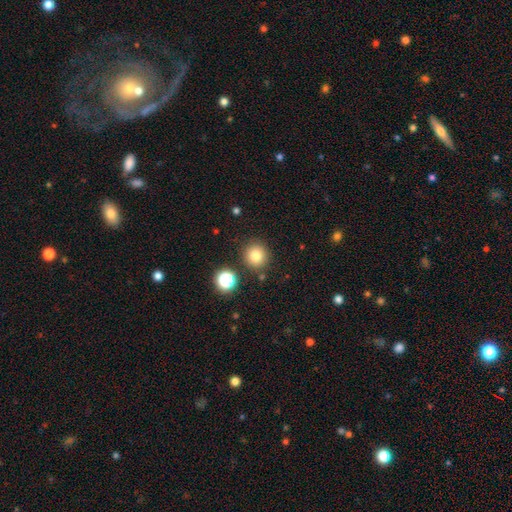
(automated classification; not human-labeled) Smooth or featured: smooth — 80% (star or artifact — 13%)
How rounded: round — 93% (in between — 6%)
Merging: none — 85% (minor disturbance — 8%)